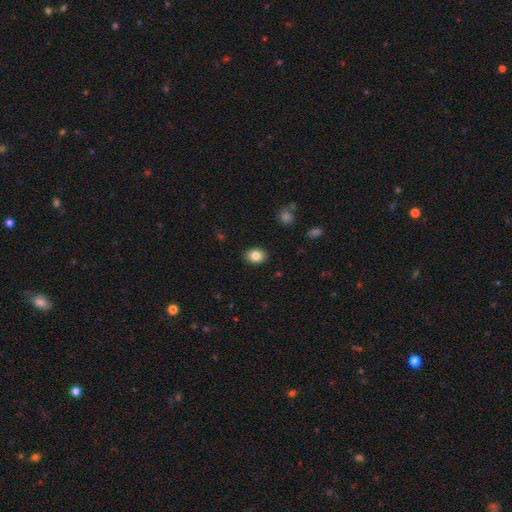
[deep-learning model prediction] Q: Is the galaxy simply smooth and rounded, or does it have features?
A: smooth — 84%.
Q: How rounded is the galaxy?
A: in between — 62%.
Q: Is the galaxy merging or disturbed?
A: none — 90%.